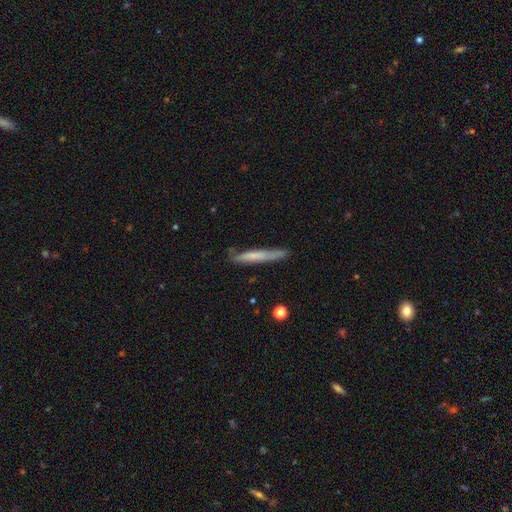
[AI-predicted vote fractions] smooth 58%, featured or disk 36%, star or artifact 6%. Down the decision tree: how rounded — cigar-shaped (95%); merging — none (76%).